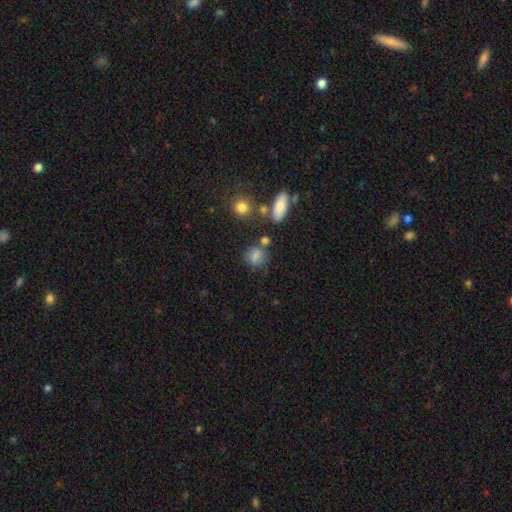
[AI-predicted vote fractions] smooth_or_featured: smooth (p=0.78) [alt: star or artifact p=0.12]
how_rounded: round (p=0.72) [alt: in between p=0.27]
merging: none (p=0.68) [alt: minor disturbance p=0.16]